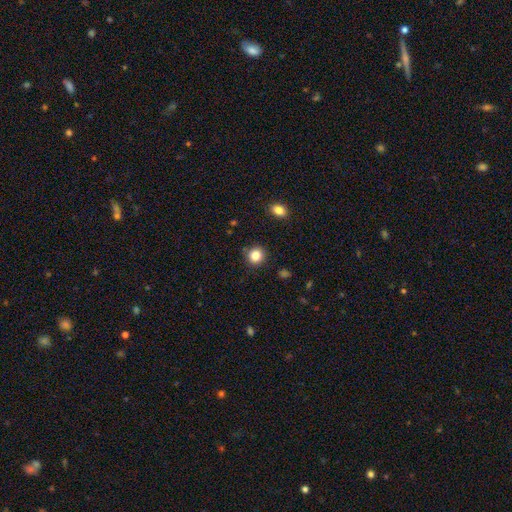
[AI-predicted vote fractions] This is clearly a smooth galaxy (84%). How rounded: clearly round (88%). Merging: clearly none (86%).